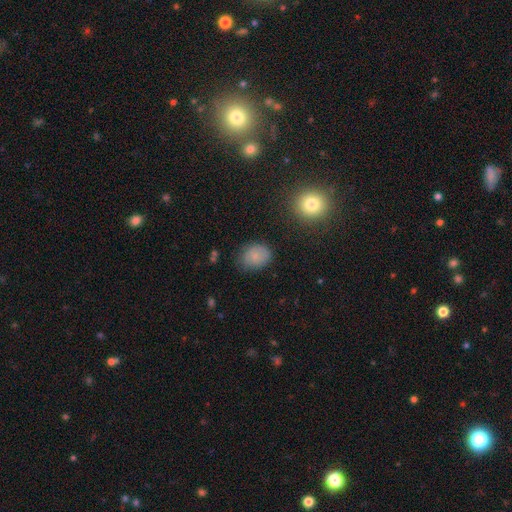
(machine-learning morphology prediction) type=smooth (74%); roundness=in between (54%); merging=none (75%).